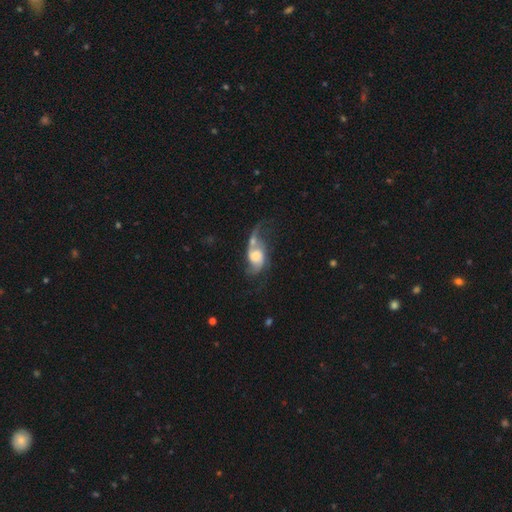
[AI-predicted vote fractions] Smooth or featured? featured or disk (68%)
Edge-on disk? no (96%)
Bar? no (63%)
Spiral arms? yes (86%)
Spiral winding? loose (66%)
Spiral arm count? 2 (72%)
Bulge size? moderate (34%)
Merging? major disturbance (31%)